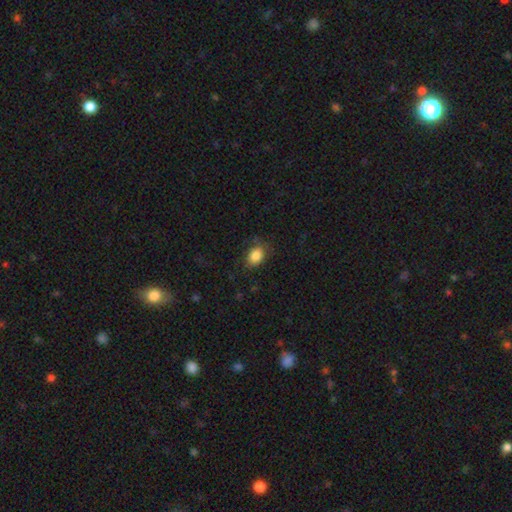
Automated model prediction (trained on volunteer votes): A smooth galaxy with no disk features (86%) that is in between round and cigar-shaped (75%). Merging: none (80%).